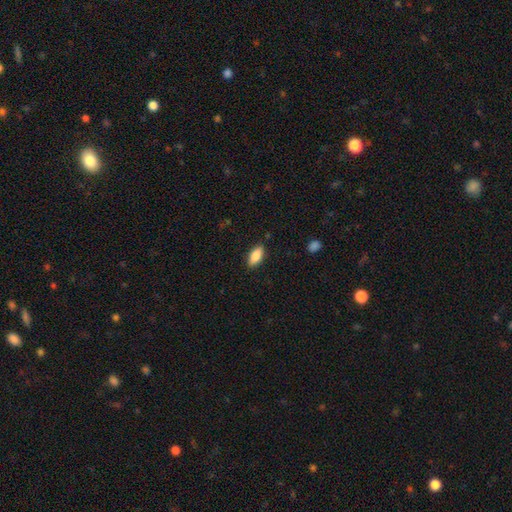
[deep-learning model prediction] smooth_or_featured: smooth (p=0.84) [alt: featured or disk p=0.09]
how_rounded: in between (p=0.87) [alt: cigar-shaped p=0.11]
merging: none (p=0.87) [alt: minor disturbance p=0.10]